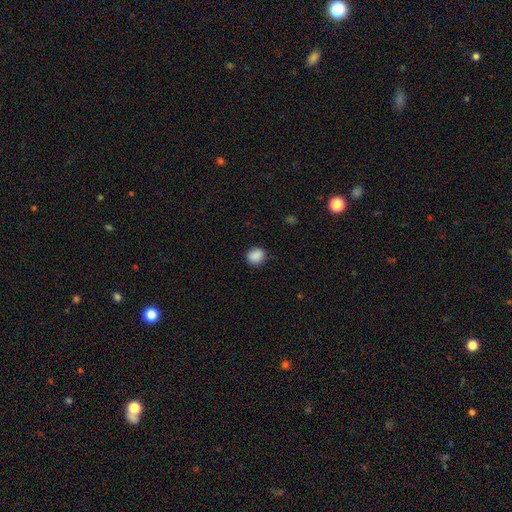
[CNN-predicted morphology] type=smooth (89%); roundness=round (72%); merging=none (84%).